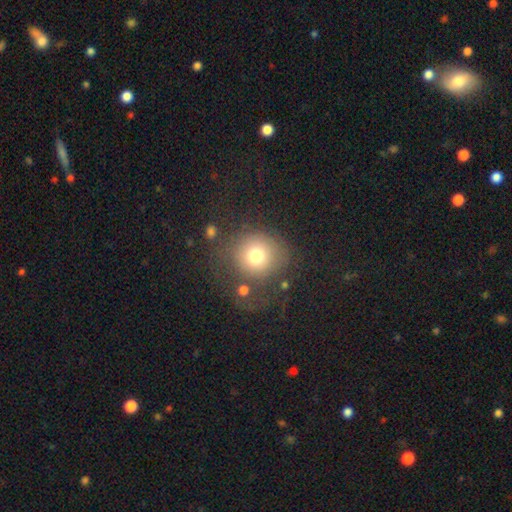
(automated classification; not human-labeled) smooth-or-featured: smooth: 72% | featured or disk: 15% | star or artifact: 14%
  how-rounded: round: 88% | in between: 11% | cigar-shaped: 1%
  merging: none: 62% | major disturbance: 17% | minor disturbance: 15% | merger: 6%